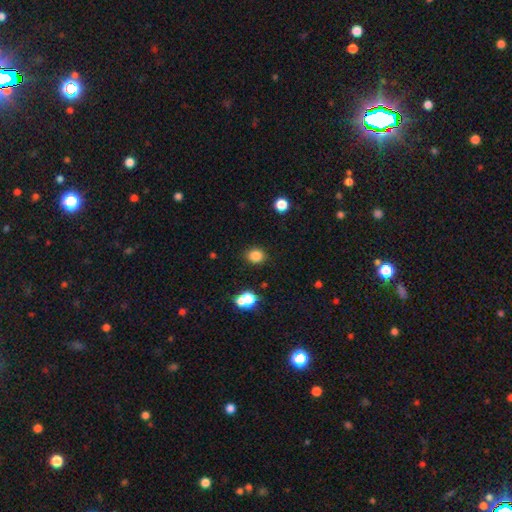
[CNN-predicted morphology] smooth 84%, star or artifact 12%, featured or disk 4%. Down the decision tree: how rounded — round (73%); merging — none (86%).